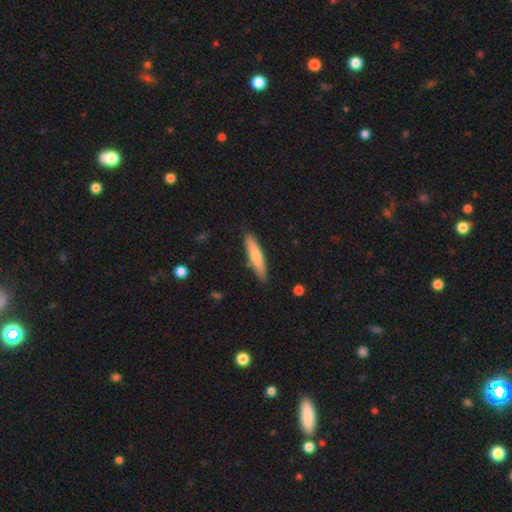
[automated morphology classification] A smooth galaxy with no disk features (66%) that is cigar-shaped (81%). Merging: none (84%).